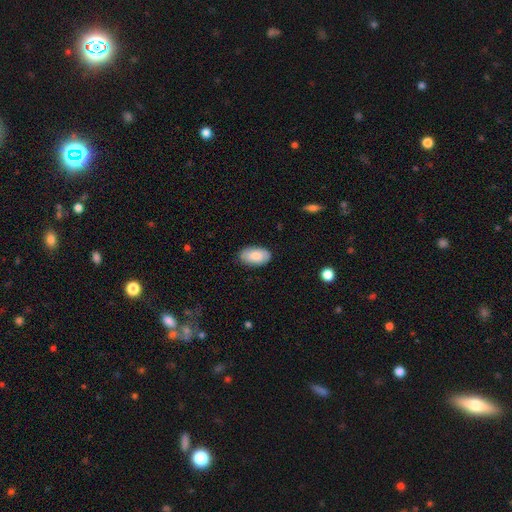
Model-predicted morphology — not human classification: Smooth or featured? Predicted: smooth (p=0.82). How rounded? Predicted: in between (p=0.95). Merging? Predicted: none (p=0.84).